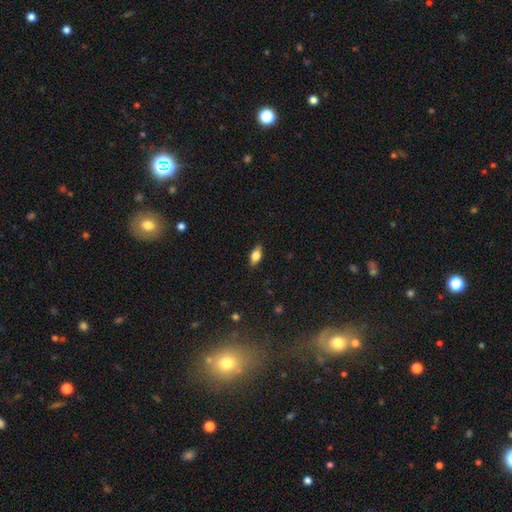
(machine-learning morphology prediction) Smooth or featured: smooth — 72% (featured or disk — 20%)
How rounded: in between — 84% (cigar-shaped — 10%)
Merging: none — 87% (minor disturbance — 10%)